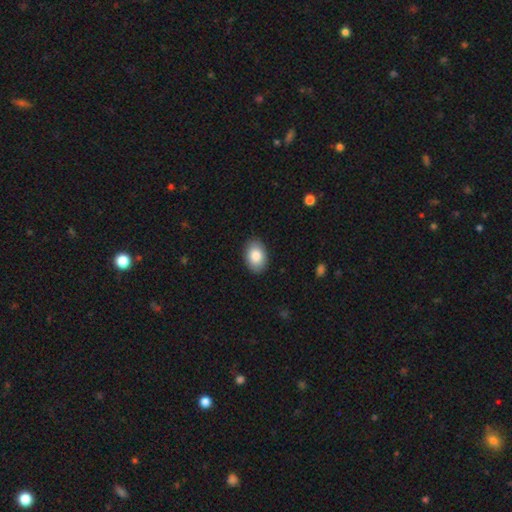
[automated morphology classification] smooth 85%, featured or disk 8%, star or artifact 7%. Down the decision tree: how rounded — in between (86%); merging — none (89%).